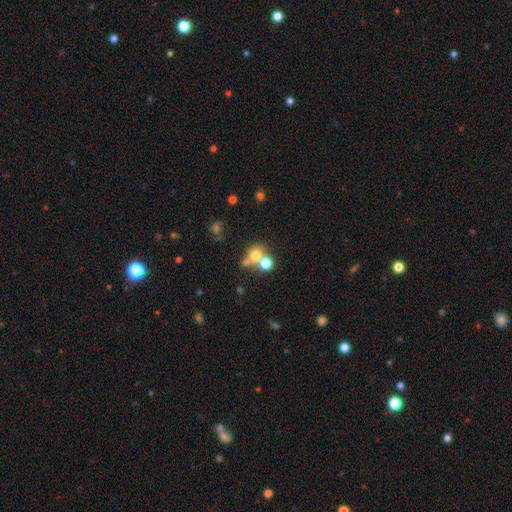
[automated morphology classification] The model was most divided on "merging": merger: 44%, none: 41%, minor disturbance: 9%, major disturbance: 6%. More confident: how rounded — round (77%); smooth or featured — smooth (69%).